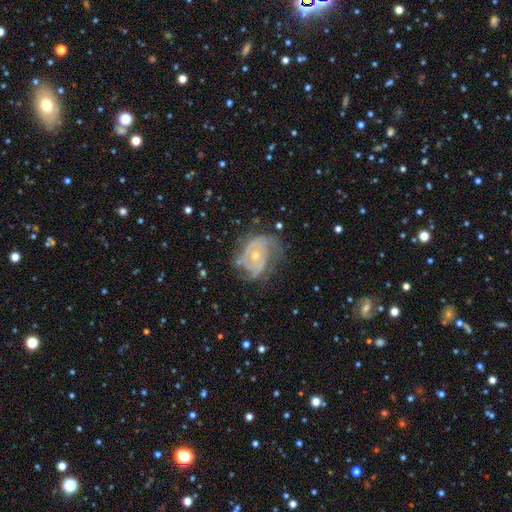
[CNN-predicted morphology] A featured or disk galaxy (83%) with no bar (74%), 2 (40%) tight (53%) spiral arms (93%) and a small central bulge (56%). Merging: none (58%).